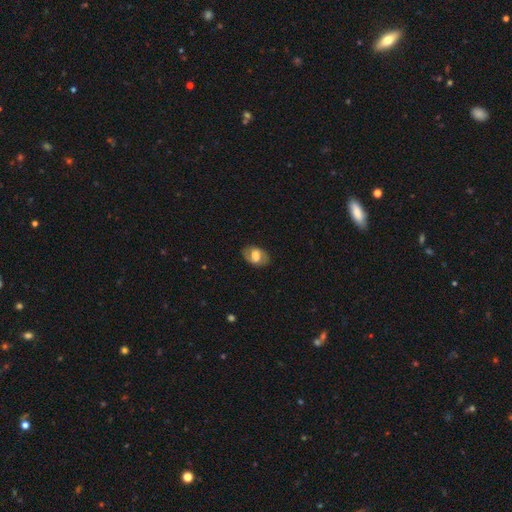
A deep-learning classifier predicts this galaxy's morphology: Smooth or featured: smooth — 49% (featured or disk — 43%)
Merging: none — 78% (minor disturbance — 15%)